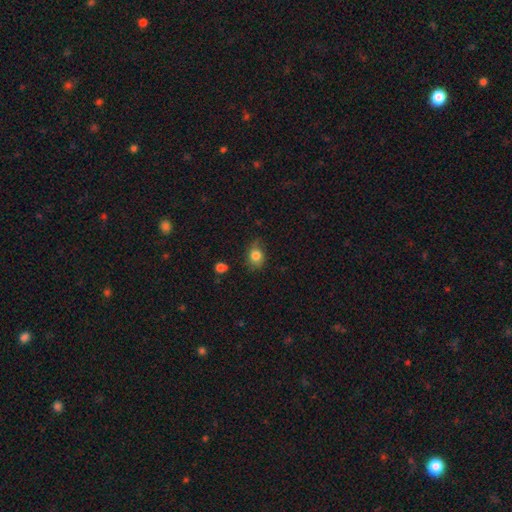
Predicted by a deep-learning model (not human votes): A smooth galaxy with no disk features (82%) that is round (53%). Merging: none (59%).